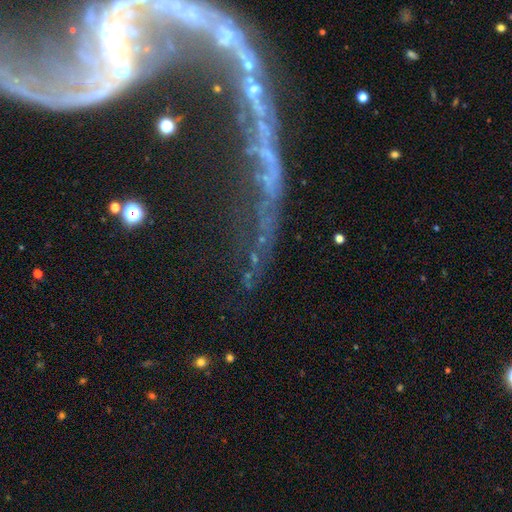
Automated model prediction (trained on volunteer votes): featured or disk 58%, star or artifact 28%, smooth 14%. Down the decision tree: edge-on disk — no (74%); merging — major disturbance (33%, tied with none).